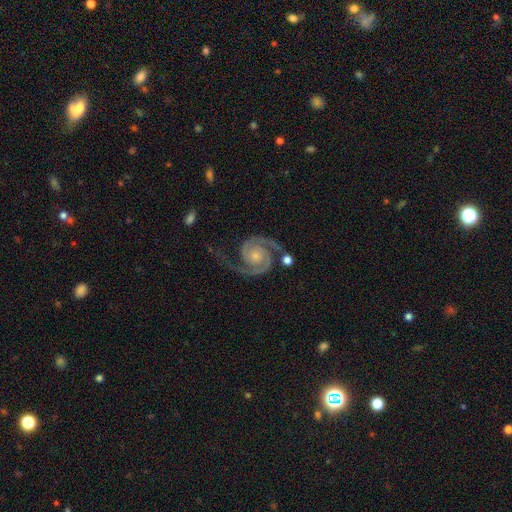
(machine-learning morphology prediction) Q: Smooth or featured?
A: featured or disk (94%); runner-up: star or artifact (4%)
Q: Edge-on disk?
A: no (98%); runner-up: yes (2%)
Q: Bar?
A: no (76%); runner-up: weak (18%)
Q: Spiral arms?
A: yes (99%); runner-up: no (1%)
Q: Spiral winding?
A: medium (47%); runner-up: tight (43%)
Q: Spiral arm count?
A: 2 (94%); runner-up: 3 (1%)
Q: Bulge size?
A: small (54%); runner-up: moderate (37%)
Q: Merging?
A: none (72%); runner-up: minor disturbance (15%)